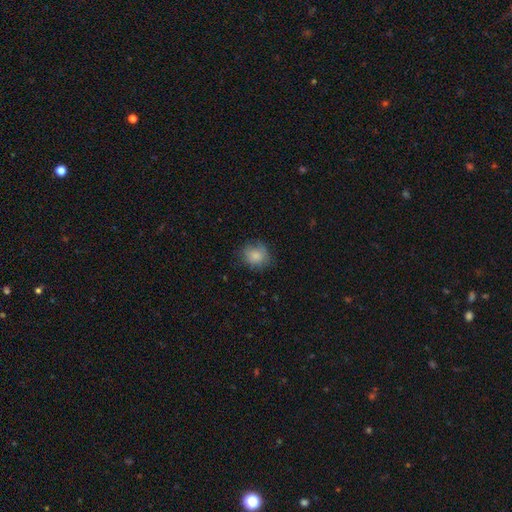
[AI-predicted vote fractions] Overall: smooth (81%). How rounded: round (74%). Merging: none (69%).